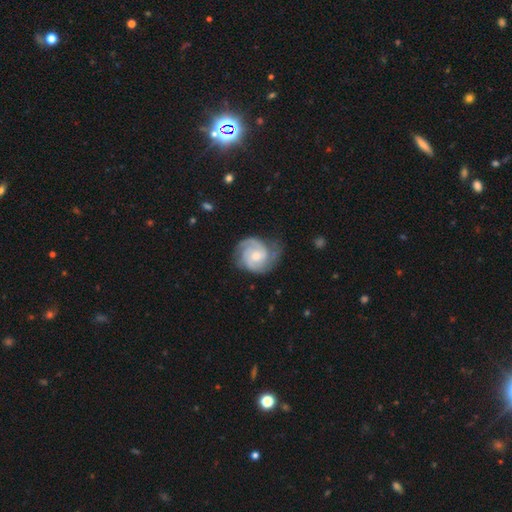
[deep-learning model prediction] Q: Smooth or featured?
A: featured or disk (86%); runner-up: smooth (9%)
Q: Edge-on disk?
A: no (98%); runner-up: yes (2%)
Q: Bar?
A: no (61%); runner-up: weak (34%)
Q: Spiral arms?
A: yes (97%); runner-up: no (3%)
Q: Spiral winding?
A: tight (55%); runner-up: medium (38%)
Q: Spiral arm count?
A: 2 (64%); runner-up: 3 (19%)
Q: Bulge size?
A: moderate (54%); runner-up: small (37%)
Q: Merging?
A: none (69%); runner-up: minor disturbance (22%)